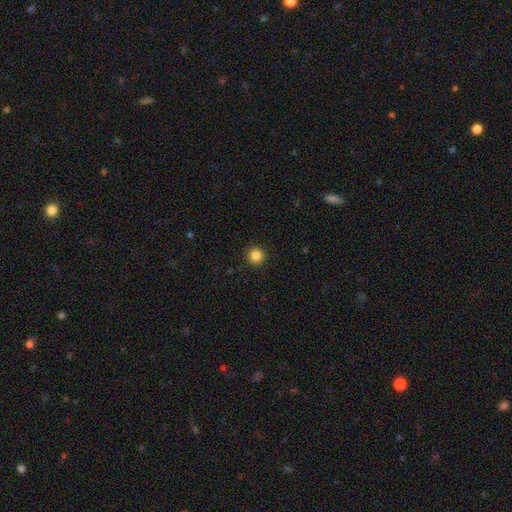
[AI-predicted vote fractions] Morphology: type=smooth (85%); roundness=round (96%); merging=none (93%).